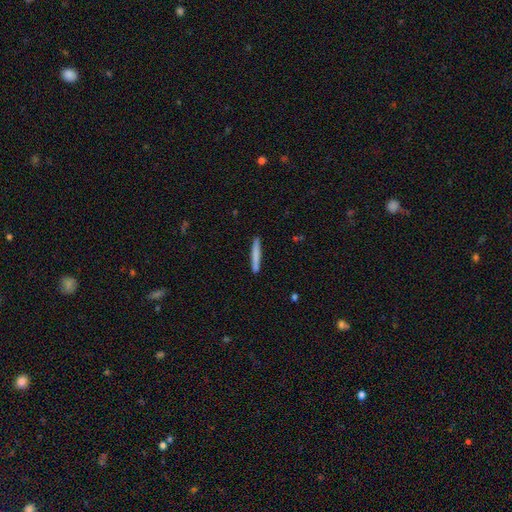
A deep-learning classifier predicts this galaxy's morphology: Overall: smooth (75%). How rounded: cigar-shaped (96%). Merging: none (88%).